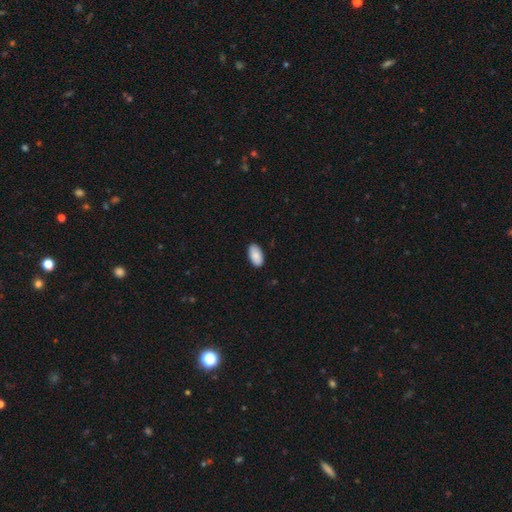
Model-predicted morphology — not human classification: type=smooth (89%); roundness=in between (96%); merging=none (88%).